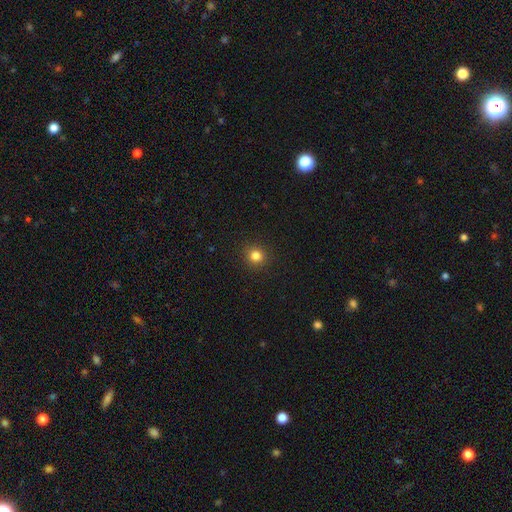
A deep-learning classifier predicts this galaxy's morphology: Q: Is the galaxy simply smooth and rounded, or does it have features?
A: smooth — 82%.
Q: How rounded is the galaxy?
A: round — 90%.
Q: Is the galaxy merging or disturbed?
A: none — 92%.